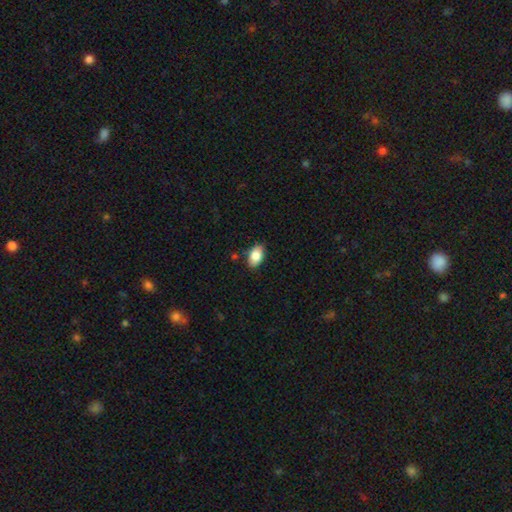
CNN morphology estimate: Smooth or featured? smooth (86%)
How rounded? in between (91%)
Merging? none (81%)